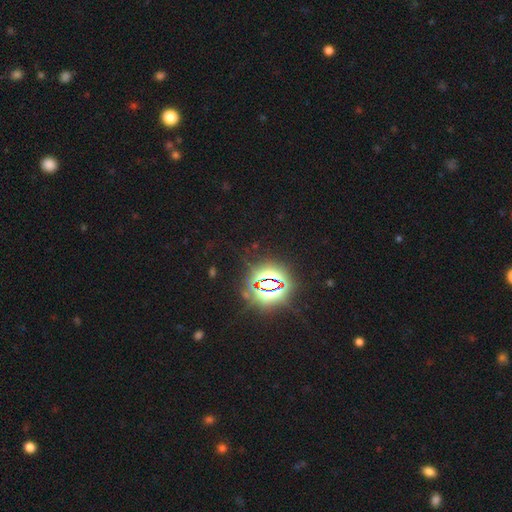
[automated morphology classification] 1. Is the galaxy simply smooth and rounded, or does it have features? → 84% star or artifact, 10% smooth, 6% featured or disk.